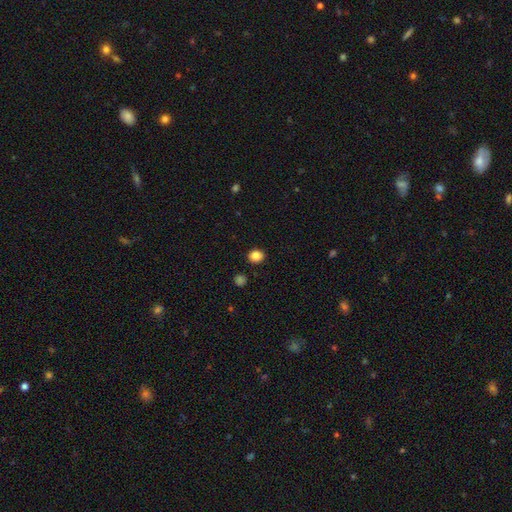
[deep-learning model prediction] Morphology: type=smooth (85%); roundness=round (77%); merging=none (90%).